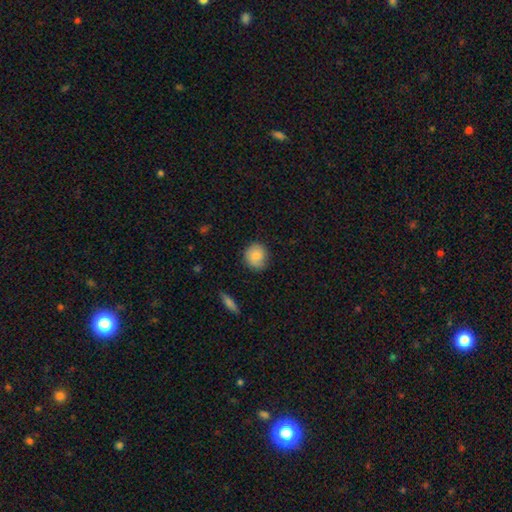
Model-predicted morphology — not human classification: This appears to be a smooth galaxy with no disk features (76%) that is round (84%). Merging: none (79%).